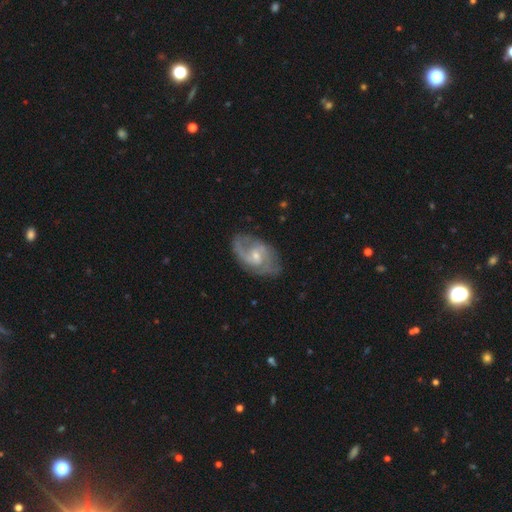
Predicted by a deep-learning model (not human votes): This is clearly a featured or disk galaxy (84%). It is clearly not viewed edge-on (96%). Bar: possibly weak (47%). Spiral arm pattern: clearly yes (95%). Spiral arm count: likely 2 (70%). Spiral winding: possibly medium (51%). Central bulge: possibly small (57%). Merging: likely none (74%).